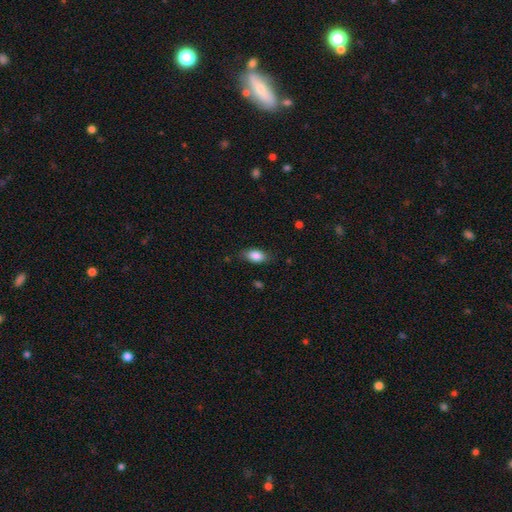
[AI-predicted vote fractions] Smooth or featured: smooth — 86% (star or artifact — 7%)
How rounded: in between — 88% (round — 7%)
Merging: none — 79% (minor disturbance — 16%)